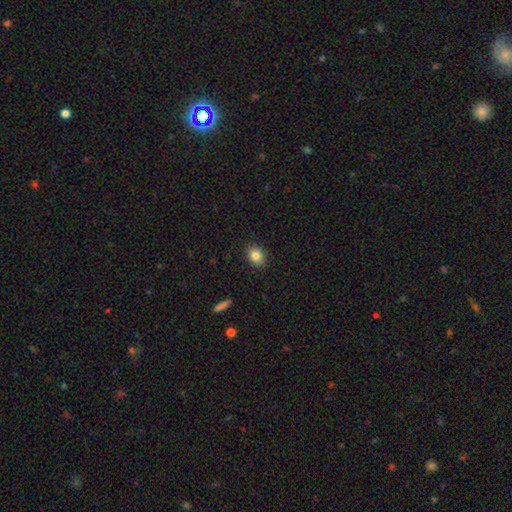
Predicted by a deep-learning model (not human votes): The model was most divided on "how rounded": round: 51%, in between: 48%, cigar-shaped: 1%. More confident: merging — none (89%); smooth or featured — smooth (84%).